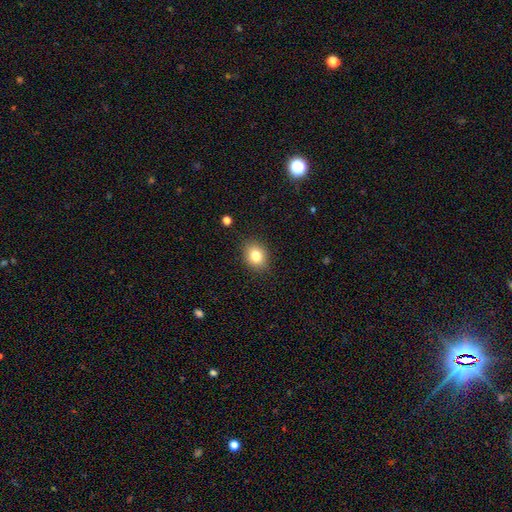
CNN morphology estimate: smooth-or-featured: smooth: 81% | star or artifact: 10% | featured or disk: 9%
  how-rounded: in between: 52% | round: 47% | cigar-shaped: 1%
  merging: none: 87% | minor disturbance: 9% | major disturbance: 2% | merger: 1%